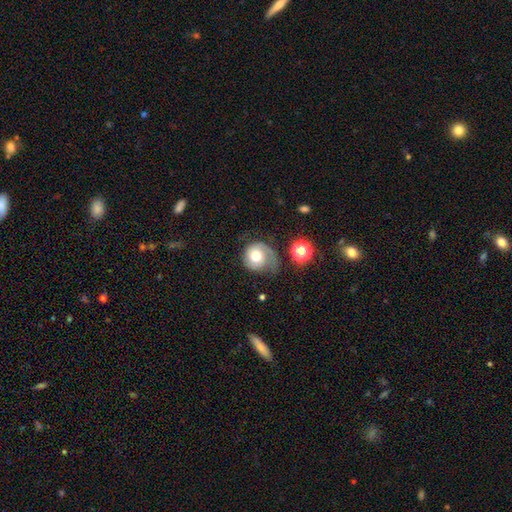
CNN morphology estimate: Smooth or featured: smooth — 50% (featured or disk — 42%)
Merging: none — 40% (minor disturbance — 30%)